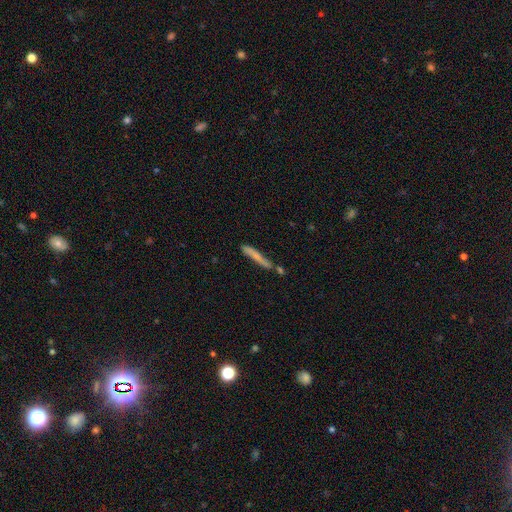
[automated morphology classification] smooth 59%, featured or disk 33%, star or artifact 7%. Down the decision tree: how rounded — cigar-shaped (94%); merging — none (61%).